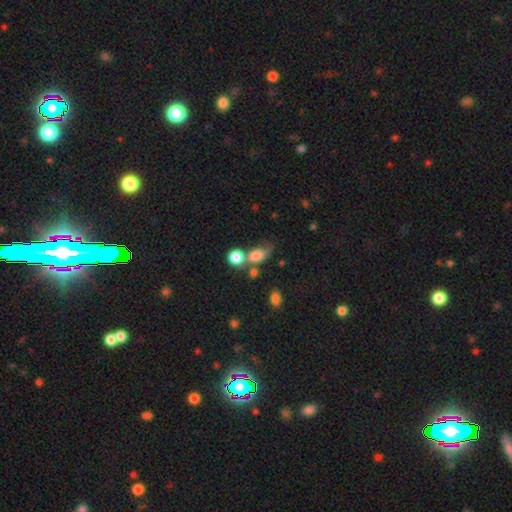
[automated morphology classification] A smooth galaxy with no disk features (77%) that is in between round and cigar-shaped (66%).

Vote fractions:
- Smooth or featured? smooth: 77% / featured or disk: 12% / star or artifact: 11%
- How rounded? in between: 66% / round: 29% / cigar-shaped: 4%
- Merging? merger: 41% / none: 29% / minor disturbance: 16% / major disturbance: 14%